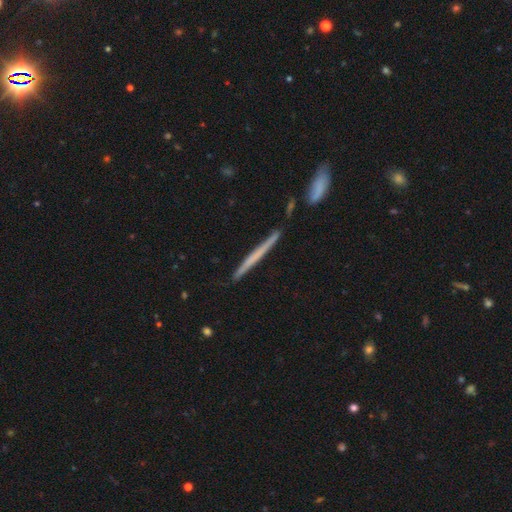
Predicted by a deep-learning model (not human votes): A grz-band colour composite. It shows a featured or disk galaxy (49%). Merging: none (85%).